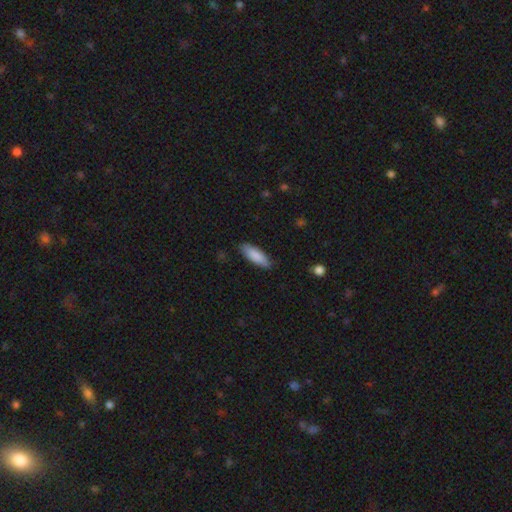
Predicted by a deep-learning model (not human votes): Smooth or featured?
  - smooth: 86% *
  - featured or disk: 8%
  - star or artifact: 5%
How rounded?
  - in between: 63% *
  - cigar-shaped: 36%
  - round: 1%
Merging?
  - none: 84% *
  - minor disturbance: 13%
  - major disturbance: 2%
  - merger: 1%